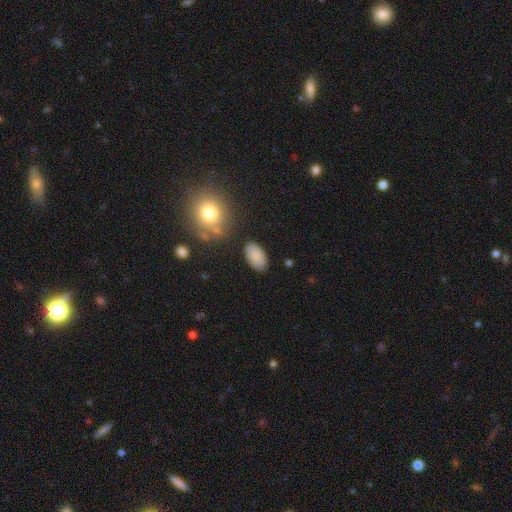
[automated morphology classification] smooth-or-featured: smooth: 86% | star or artifact: 8% | featured or disk: 6%
  how-rounded: in between: 95% | round: 4% | cigar-shaped: 2%
  merging: none: 84% | minor disturbance: 11% | major disturbance: 3% | merger: 2%